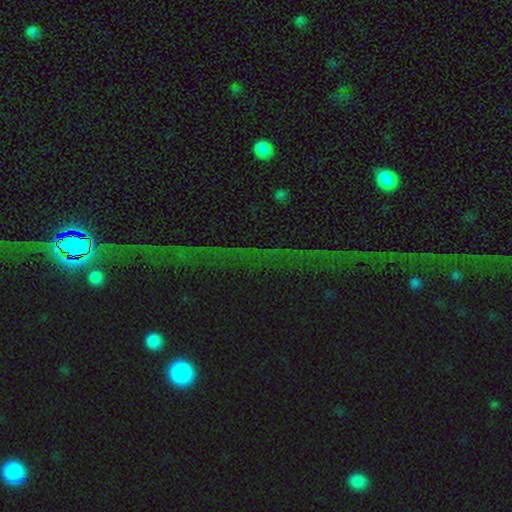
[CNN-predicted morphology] Smooth or featured?
  - star or artifact: 78% *
  - featured or disk: 12%
  - smooth: 10%